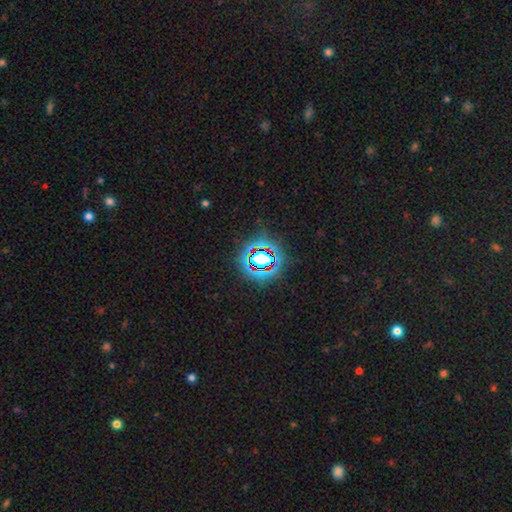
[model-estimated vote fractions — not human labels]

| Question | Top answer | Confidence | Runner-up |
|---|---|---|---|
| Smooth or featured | star or artifact | 77% | smooth (14%) |